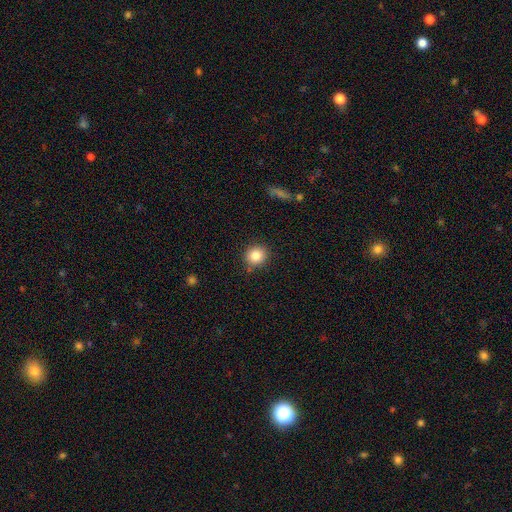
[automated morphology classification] Q: Smooth or featured?
A: smooth (84%); runner-up: star or artifact (10%)
Q: How rounded?
A: round (84%); runner-up: in between (15%)
Q: Merging?
A: none (86%); runner-up: minor disturbance (9%)